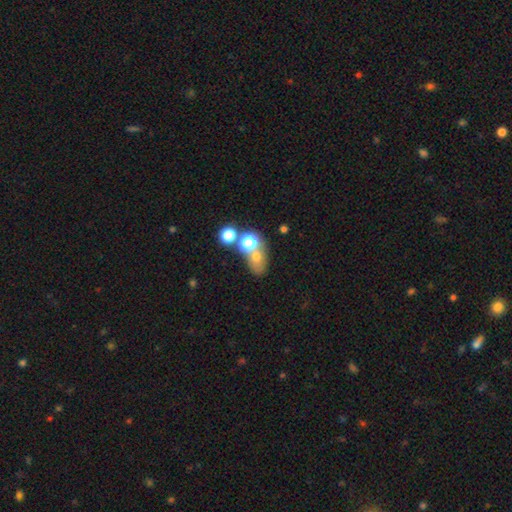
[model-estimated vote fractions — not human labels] smooth 58%, star or artifact 22%, featured or disk 20%. Down the decision tree: how rounded — in between (51%); merging — merger (45%).